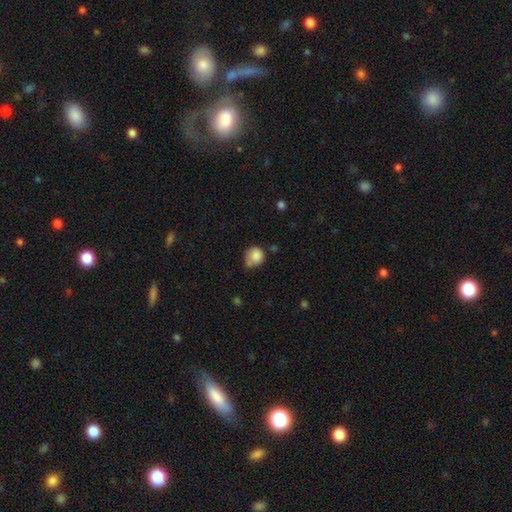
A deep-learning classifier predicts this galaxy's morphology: The model was most divided on "merging": none: 44%, minor disturbance: 35%, merger: 11%, major disturbance: 10%. More confident: smooth or featured — smooth (84%); how rounded — round (78%).